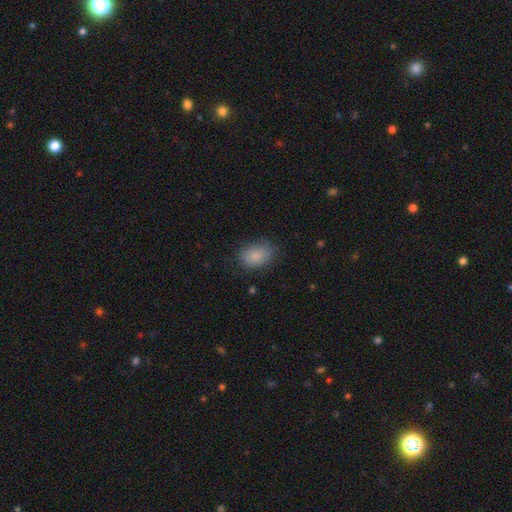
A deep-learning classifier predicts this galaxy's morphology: Smooth or featured? Predicted: smooth (p=0.85). How rounded? Predicted: in between (p=0.80). Merging? Predicted: none (p=0.77).